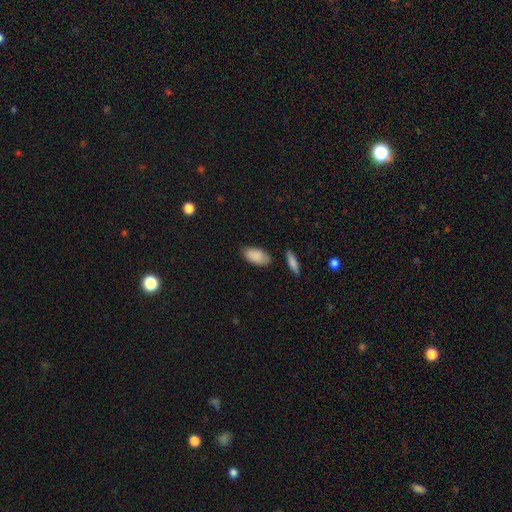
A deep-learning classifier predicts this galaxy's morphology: Smooth or featured: smooth — 87% (star or artifact — 7%)
How rounded: in between — 93% (cigar-shaped — 4%)
Merging: none — 73% (minor disturbance — 19%)